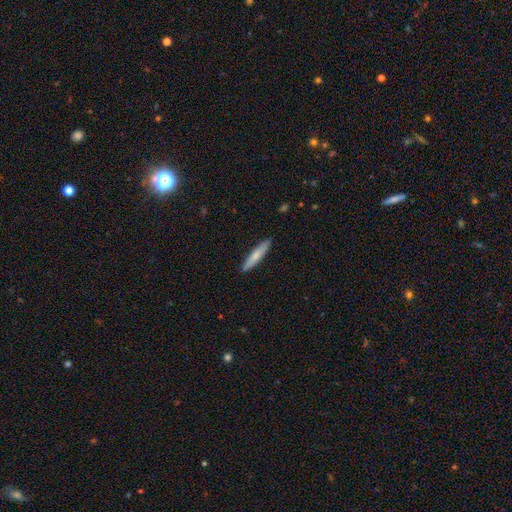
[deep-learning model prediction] The model was most divided on "smooth or featured": smooth: 72%, featured or disk: 23%, star or artifact: 5%. More confident: merging — none (90%); how rounded — cigar-shaped (89%).